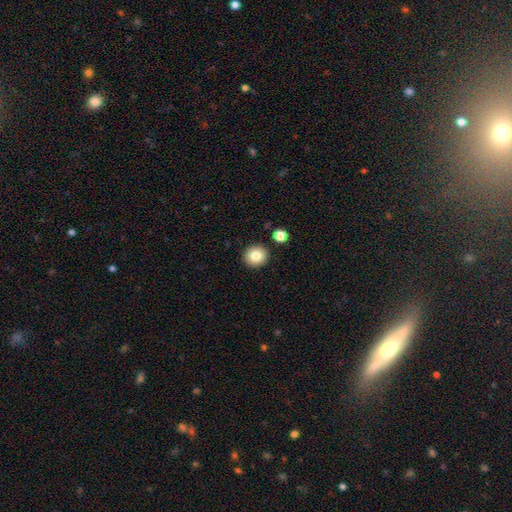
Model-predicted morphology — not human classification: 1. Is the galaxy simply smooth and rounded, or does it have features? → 83% smooth, 10% star or artifact, 7% featured or disk.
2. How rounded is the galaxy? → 92% round, 7% in between, 1% cigar-shaped.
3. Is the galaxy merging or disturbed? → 91% none, 5% minor disturbance, 3% merger, 2% major disturbance.